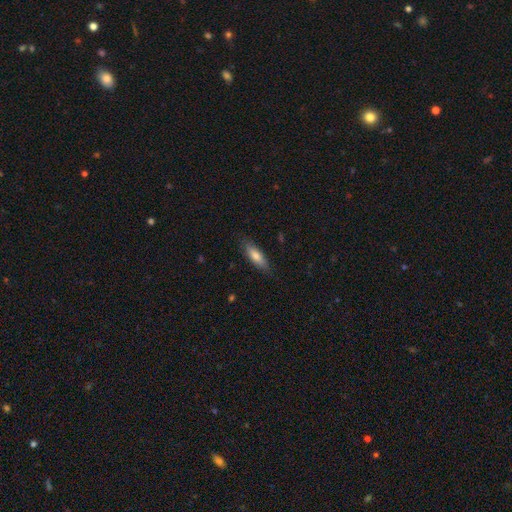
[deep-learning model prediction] Smooth or featured?
  - smooth: 72% *
  - featured or disk: 22%
  - star or artifact: 6%
How rounded?
  - cigar-shaped: 52% *
  - in between: 46%
  - round: 2%
Merging?
  - none: 83% *
  - minor disturbance: 13%
  - major disturbance: 3%
  - merger: 1%